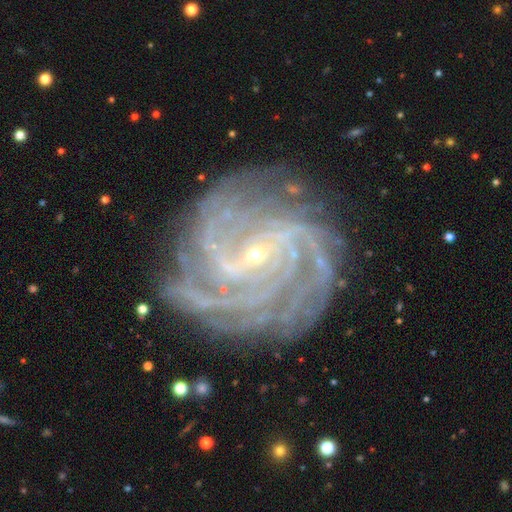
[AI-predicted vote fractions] Smooth or featured?
  - featured or disk: 92% *
  - star or artifact: 5%
  - smooth: 3%
Edge-on disk?
  - no: 98% *
  - yes: 2%
Bar?
  - weak: 39% *
  - no: 38%
  - strong: 23%
Spiral arms?
  - yes: 98% *
  - no: 2%
Spiral winding?
  - tight: 70% *
  - medium: 26%
  - loose: 4%
Spiral arm count?
  - 4: 28% *
  - more than 4: 22%
  - 3: 15%
  - can't tell: 15%
  - 2: 12%
  - 1: 9%
Bulge size?
  - small: 88% *
  - moderate: 7%
  - none: 2%
  - large: 1%
  - dominant: 1%
Merging?
  - none: 76% *
  - minor disturbance: 16%
  - major disturbance: 6%
  - merger: 2%